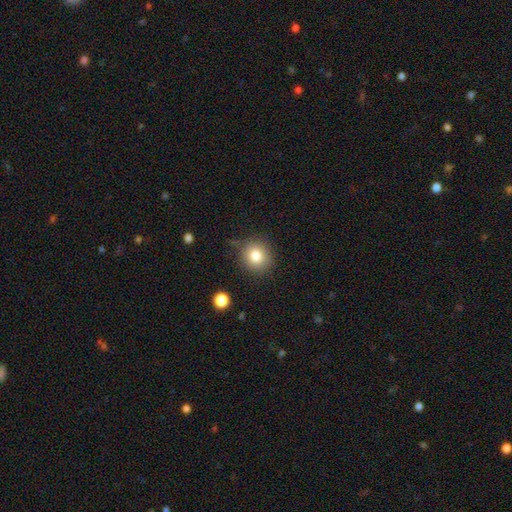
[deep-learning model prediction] This is clearly a smooth galaxy (82%). How rounded: clearly round (87%). Merging: clearly none (81%).